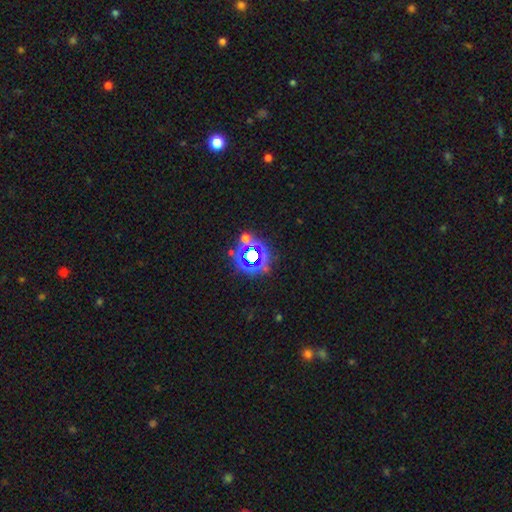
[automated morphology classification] A star or artifact, not a galaxy (73%).

Vote fractions:
- Smooth or featured? star or artifact: 73% / smooth: 17% / featured or disk: 10%